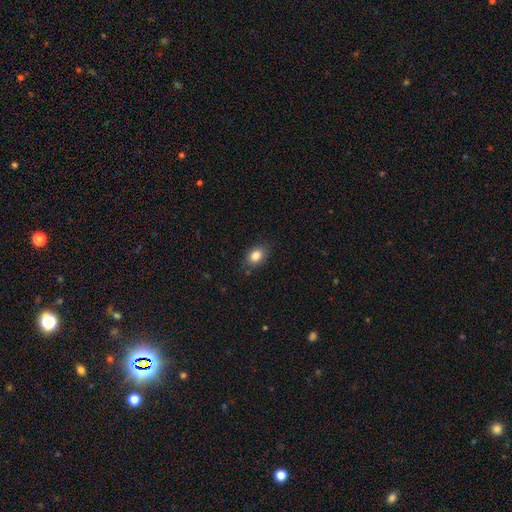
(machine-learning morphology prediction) smooth 85%, star or artifact 9%, featured or disk 6%. Down the decision tree: how rounded — in between (75%); merging — none (82%).